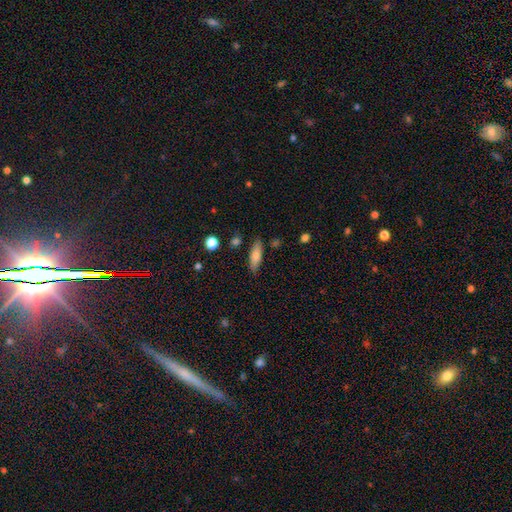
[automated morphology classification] Q: Smooth or featured?
A: smooth (77%); runner-up: featured or disk (16%)
Q: How rounded?
A: cigar-shaped (52%); runner-up: in between (46%)
Q: Merging?
A: none (82%); runner-up: minor disturbance (12%)